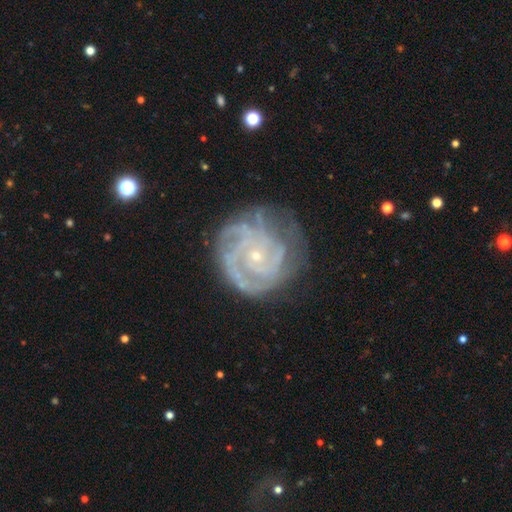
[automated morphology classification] Smooth or featured? Predicted: featured or disk (p=0.87). Edge-on disk? Predicted: no (p=0.98). Bar? Predicted: no (p=0.77). Spiral arms? Predicted: yes (p=0.97). Spiral winding? Predicted: tight (p=0.72). Spiral arm count? Predicted: 3 (p=0.30). Bulge size? Predicted: small (p=0.84). Merging? Predicted: none (p=0.70).